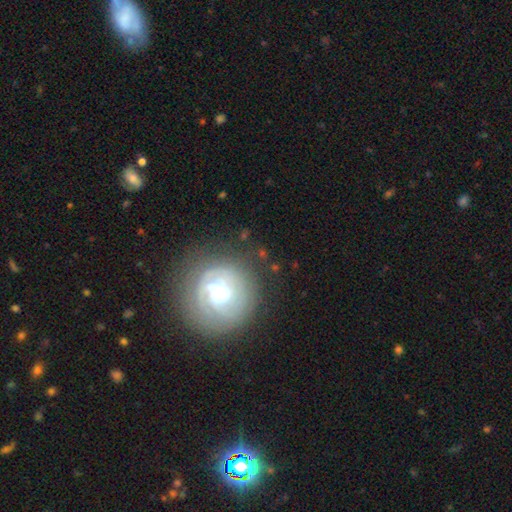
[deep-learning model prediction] Smooth or featured? Predicted: featured or disk (p=0.41, tied with smooth). Merging? Predicted: none (p=0.80).